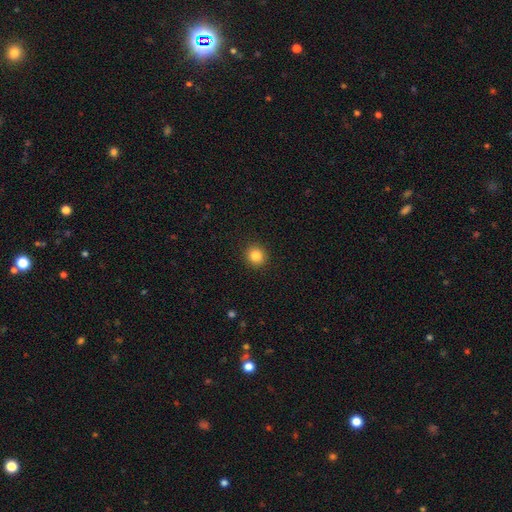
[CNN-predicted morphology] A smooth galaxy with no disk features (84%) that is round (92%). Merging: none (92%).